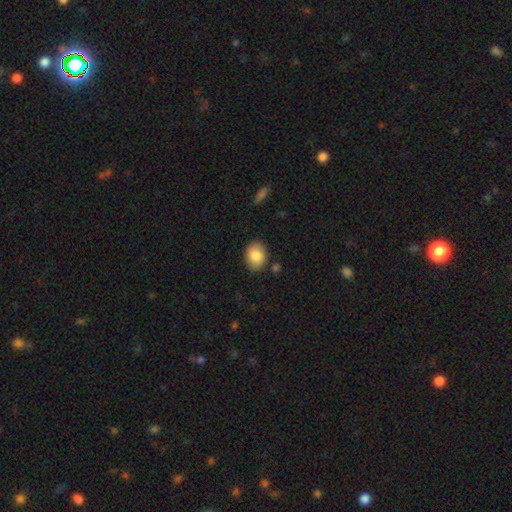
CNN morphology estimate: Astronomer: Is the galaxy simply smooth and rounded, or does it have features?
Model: smooth — 84%.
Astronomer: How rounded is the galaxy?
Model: in between — 60% (runner-up: round, 39%).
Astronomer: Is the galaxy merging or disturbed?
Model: none — 84%.